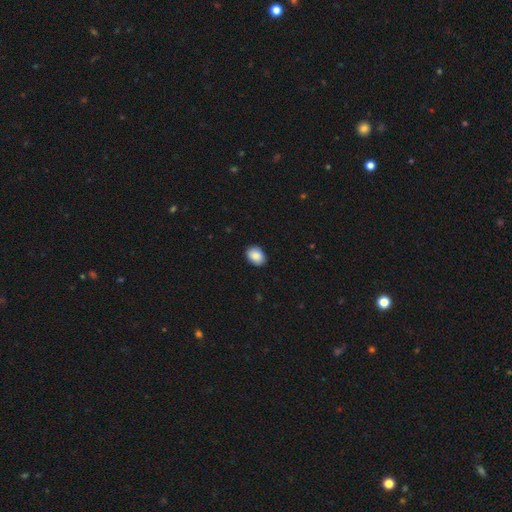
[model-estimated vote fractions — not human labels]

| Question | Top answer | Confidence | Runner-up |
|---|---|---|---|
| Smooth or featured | smooth | 88% | star or artifact (7%) |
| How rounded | in between | 73% | round (26%) |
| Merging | none | 89% | minor disturbance (8%) |